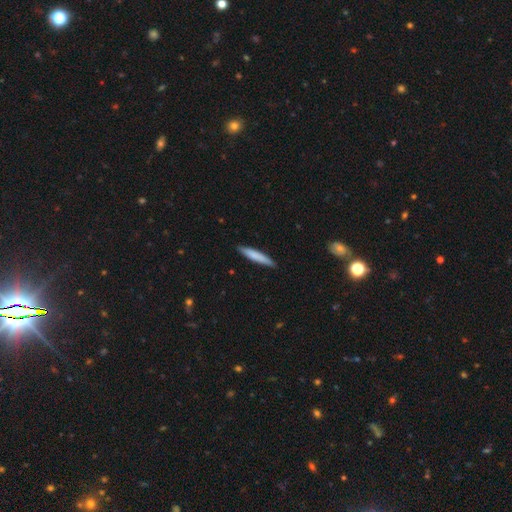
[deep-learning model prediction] This appears to be a smooth galaxy with no disk features (76%) that is cigar-shaped (92%). Merging: none (89%).